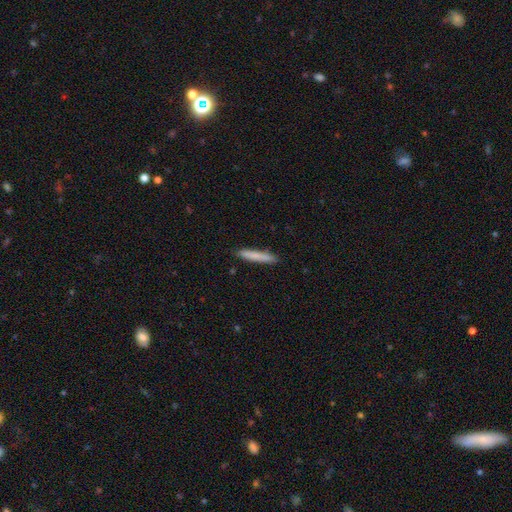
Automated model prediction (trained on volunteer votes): Q: Smooth or featured?
A: smooth (79%); runner-up: featured or disk (15%)
Q: How rounded?
A: cigar-shaped (95%); runner-up: in between (4%)
Q: Merging?
A: none (89%); runner-up: minor disturbance (8%)